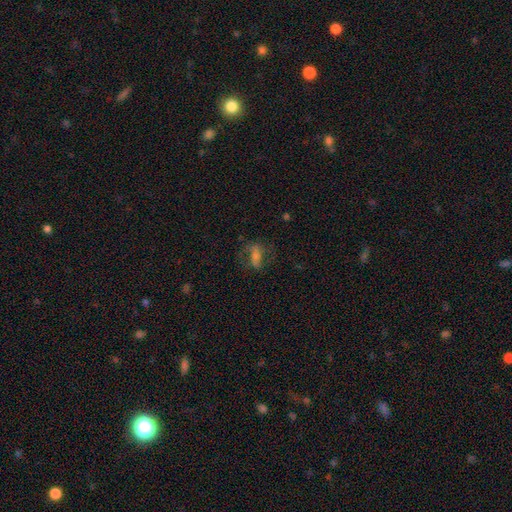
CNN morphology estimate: type=featured or disk (46%); merging=none (65%).